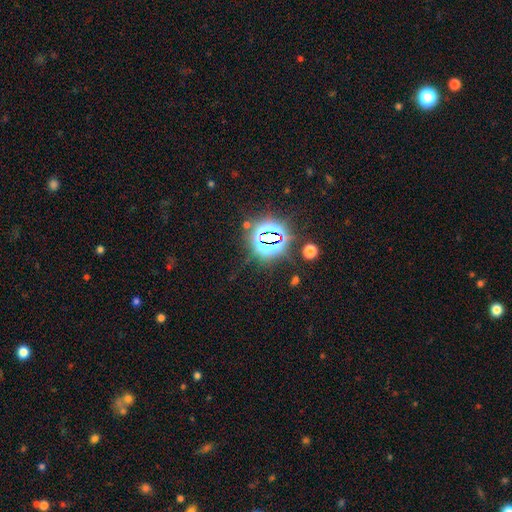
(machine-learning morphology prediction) Smooth or featured: star or artifact — 82% (smooth — 11%)